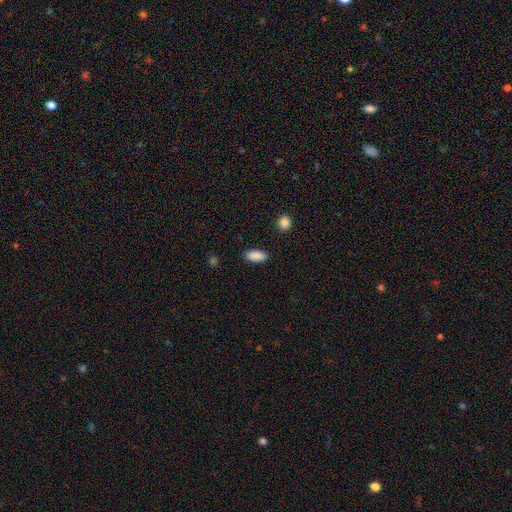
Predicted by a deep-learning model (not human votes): smooth 89%, star or artifact 7%, featured or disk 4%. Down the decision tree: how rounded — in between (90%); merging — none (87%).